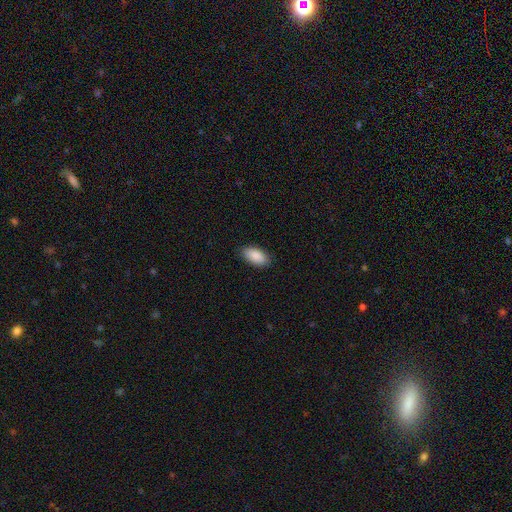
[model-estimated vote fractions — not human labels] Smooth or featured? smooth (90%)
How rounded? in between (94%)
Merging? none (88%)